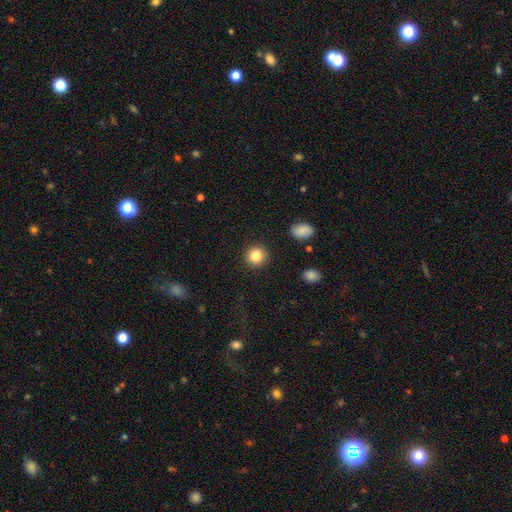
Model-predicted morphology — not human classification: This appears to be a smooth galaxy with no disk features (85%) that is round (92%). Merging: none (91%).